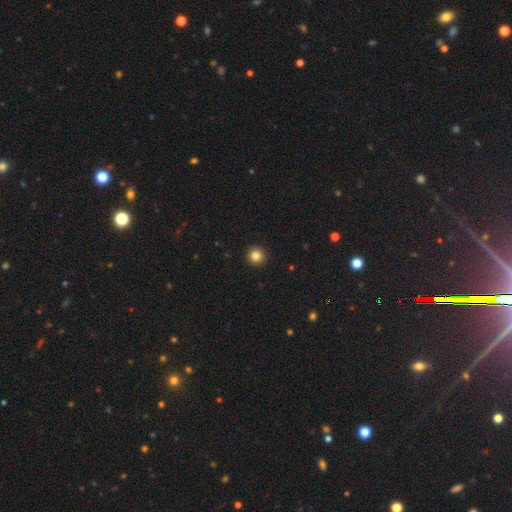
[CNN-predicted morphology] Smooth or featured? smooth (85%)
How rounded? round (96%)
Merging? none (94%)